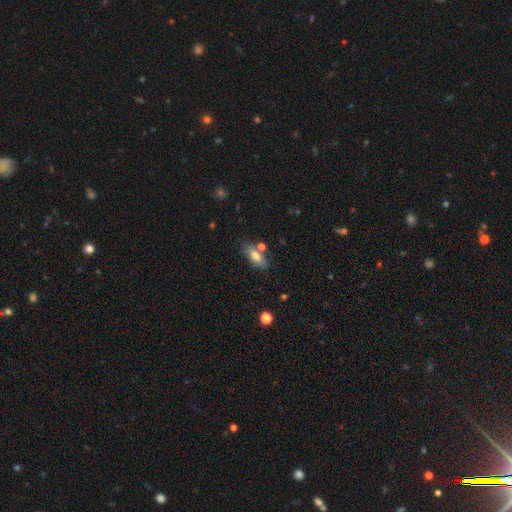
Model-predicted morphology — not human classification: smooth 72%, featured or disk 19%, star or artifact 8%. Down the decision tree: how rounded — in between (81%); merging — none (66%).